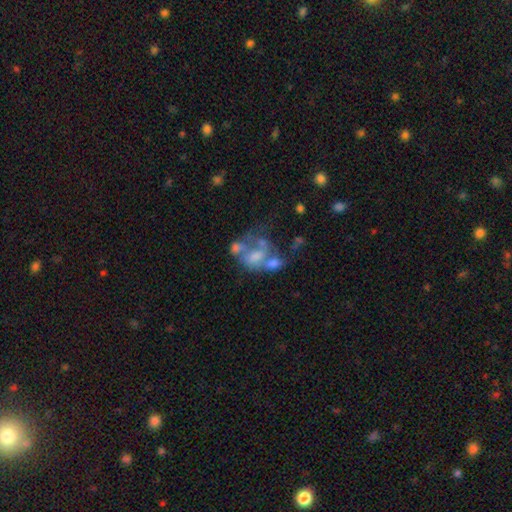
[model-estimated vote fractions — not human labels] Morphology: type=featured or disk (50%); merging=merger (49%).